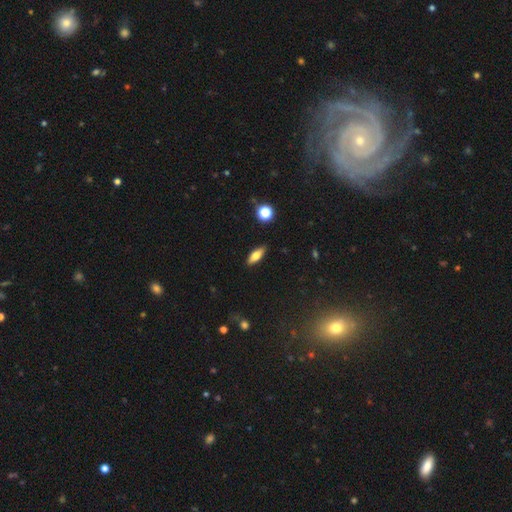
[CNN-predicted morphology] Smooth or featured? smooth (69%)
How rounded? in between (65%)
Merging? none (88%)